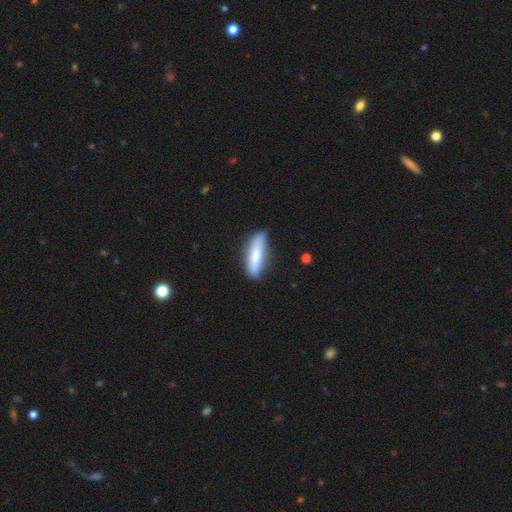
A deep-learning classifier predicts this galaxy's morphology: Q: Smooth or featured?
A: smooth (75%); runner-up: featured or disk (20%)
Q: How rounded?
A: cigar-shaped (57%); runner-up: in between (41%)
Q: Merging?
A: none (76%); runner-up: minor disturbance (18%)